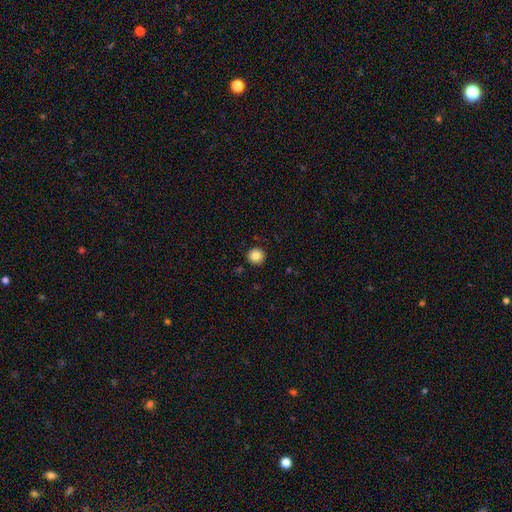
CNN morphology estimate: smooth-or-featured: smooth: 86% | star or artifact: 10% | featured or disk: 5%
  how-rounded: round: 94% | in between: 5% | cigar-shaped: 1%
  merging: none: 92% | minor disturbance: 5% | major disturbance: 2% | merger: 1%